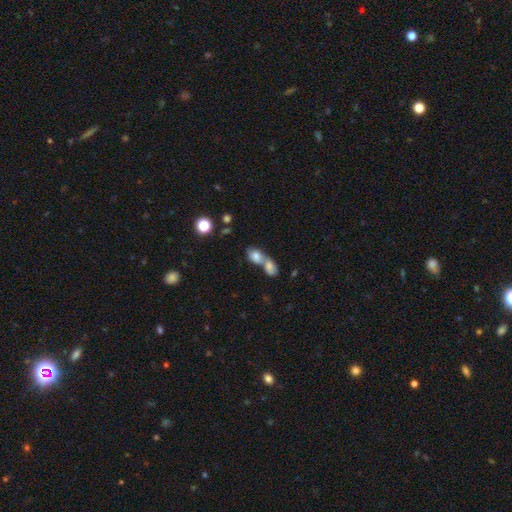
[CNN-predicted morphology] smooth_or_featured: smooth (p=0.75) [alt: featured or disk p=0.15]
how_rounded: in between (p=0.70) [alt: round p=0.26]
merging: merger (p=0.74) [alt: none p=0.17]